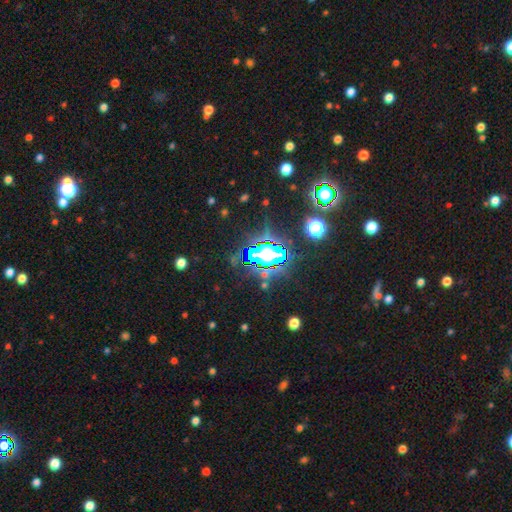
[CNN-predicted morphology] Overall: star or artifact (83%).